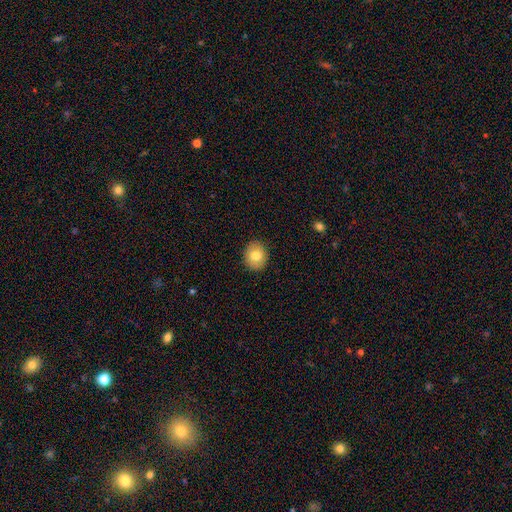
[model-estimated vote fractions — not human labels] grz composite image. It shows a smooth galaxy with no disk features (78%) that is round (64%). Merging: none (90%).